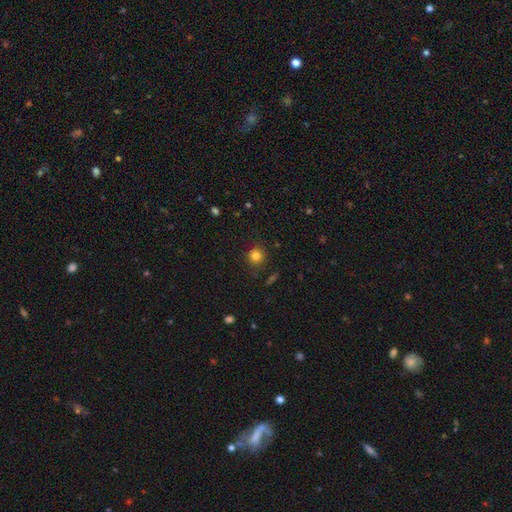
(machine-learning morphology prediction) This appears to be a smooth galaxy with no disk features (81%) that is round (90%). Merging: none (87%).